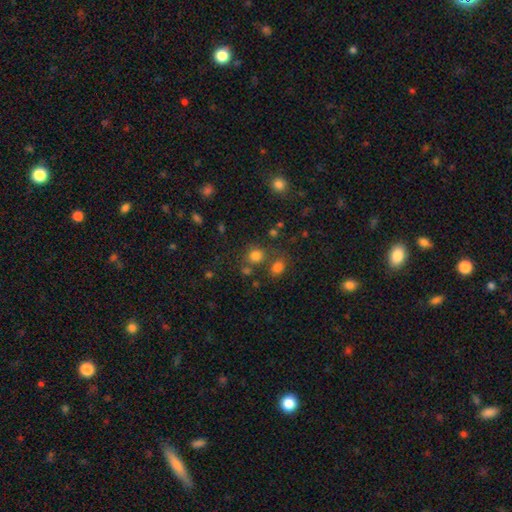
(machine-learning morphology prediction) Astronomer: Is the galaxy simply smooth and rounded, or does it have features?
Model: smooth — 77%.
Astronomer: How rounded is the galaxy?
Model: round — 82%.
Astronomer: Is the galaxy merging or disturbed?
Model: none — 64%.